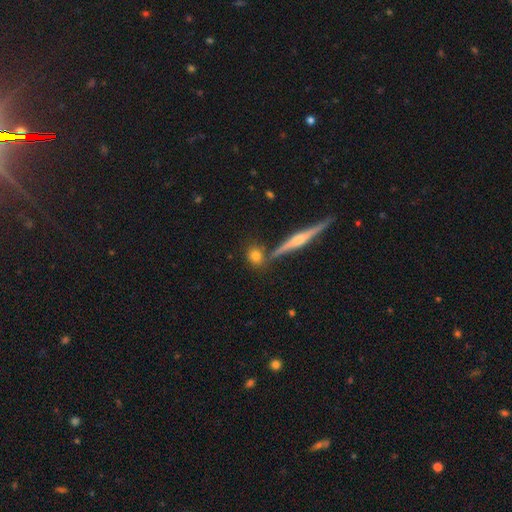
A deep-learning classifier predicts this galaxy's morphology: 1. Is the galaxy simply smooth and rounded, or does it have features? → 75% smooth, 15% featured or disk, 10% star or artifact.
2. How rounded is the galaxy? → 72% round, 19% in between, 9% cigar-shaped.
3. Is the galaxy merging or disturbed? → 73% none, 13% merger, 11% minor disturbance, 3% major disturbance.